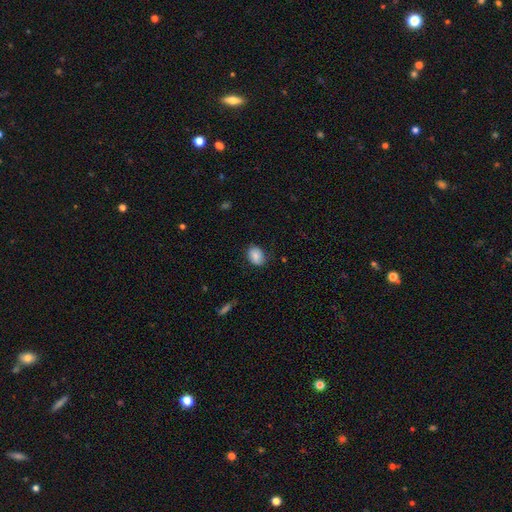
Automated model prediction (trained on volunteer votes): This is clearly a smooth galaxy (84%). How rounded: likely in between (72%). Merging: likely none (75%).